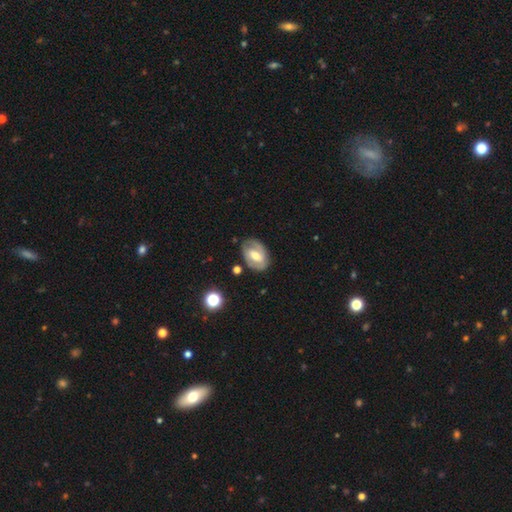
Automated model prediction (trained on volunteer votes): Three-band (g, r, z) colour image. It shows a featured or disk galaxy (64%) with a weak bar (47%), spiral arms (70%) and a moderate central bulge (67%). Merging: none (76%).